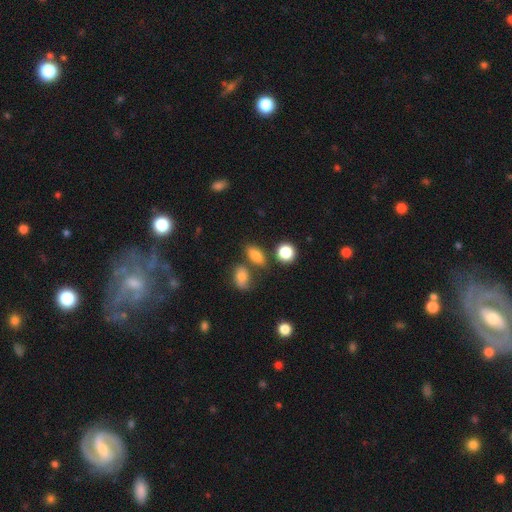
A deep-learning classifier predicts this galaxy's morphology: This appears to be a smooth galaxy with no disk features (79%) that is in between round and cigar-shaped (76%). Merging: none (70%).